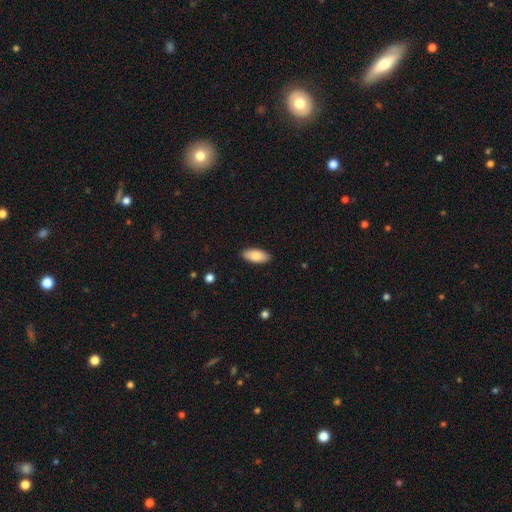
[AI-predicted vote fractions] smooth 83%, featured or disk 11%, star or artifact 6%. Down the decision tree: how rounded — in between (89%); merging — none (89%).